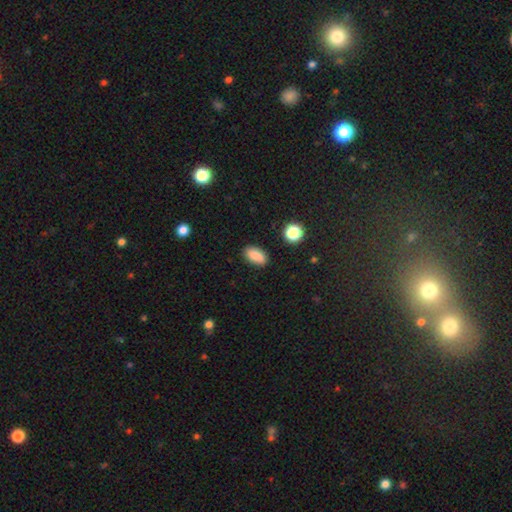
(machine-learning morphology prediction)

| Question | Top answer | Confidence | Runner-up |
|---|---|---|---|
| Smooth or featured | smooth | 87% | star or artifact (9%) |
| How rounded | in between | 90% | round (6%) |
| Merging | none | 86% | minor disturbance (10%) |